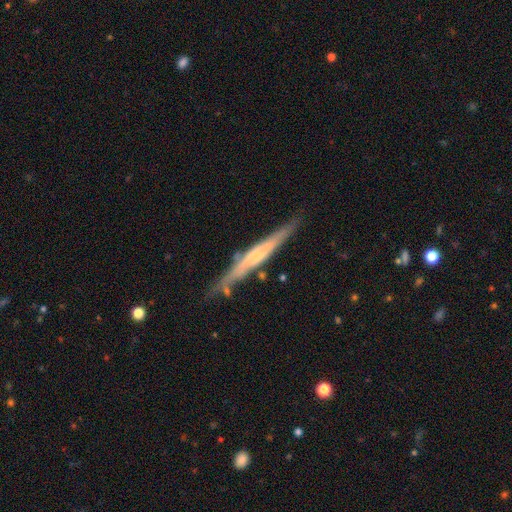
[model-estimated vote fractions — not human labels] featured or disk 64%, smooth 30%, star or artifact 6%. Down the decision tree: edge-on disk — yes (94%); edge-on bulge — none (44%); merging — none (80%).